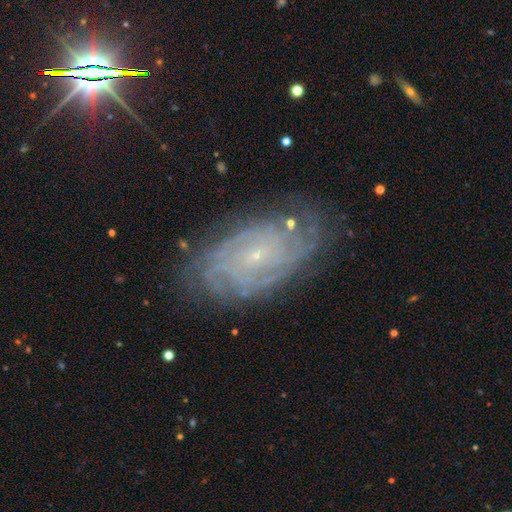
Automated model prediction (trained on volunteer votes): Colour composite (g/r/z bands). It shows a featured or disk galaxy (84%) with no bar (67%), tight (77%) spiral arms (97%) and a small central bulge (86%). Merging: none (78%).